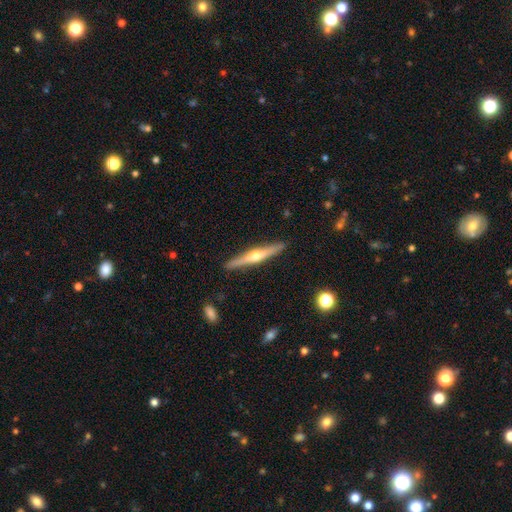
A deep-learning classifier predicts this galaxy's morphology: Overall: featured or disk (71%). Edge-on disk: yes (98%). Edge-on bulge: rounded (92%). Merging: none (91%).